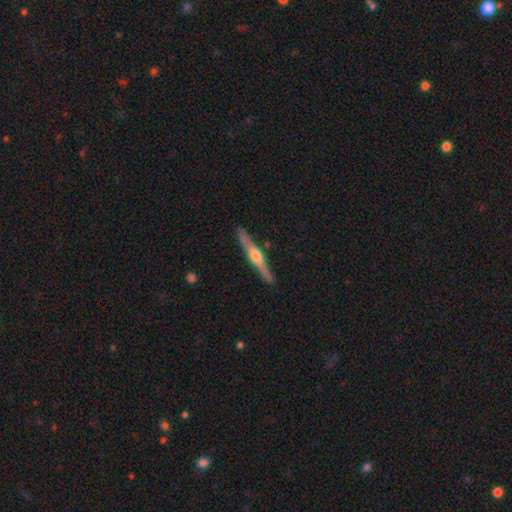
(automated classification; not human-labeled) A featured or disk galaxy (75%) viewed edge-on (98%) with a rounded central bulge (92%). Merging: none (90%).